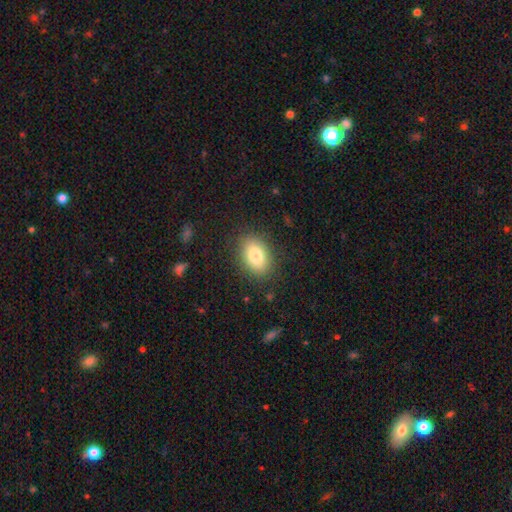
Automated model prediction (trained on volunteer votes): Smooth or featured: smooth — 82% (featured or disk — 10%)
How rounded: in between — 84% (round — 14%)
Merging: none — 86% (minor disturbance — 10%)